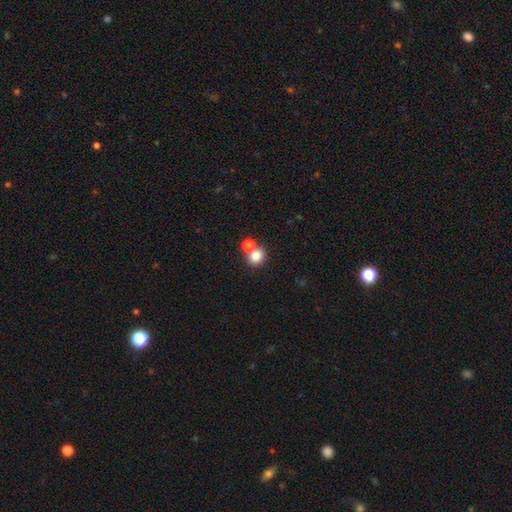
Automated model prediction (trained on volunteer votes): smooth 81%, star or artifact 12%, featured or disk 8%. Down the decision tree: how rounded — round (72%); merging — none (55%).